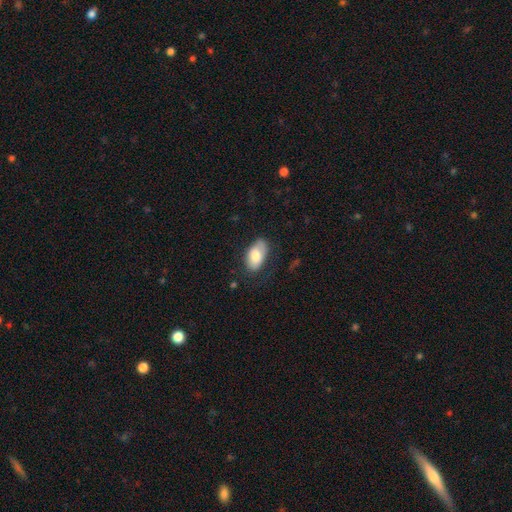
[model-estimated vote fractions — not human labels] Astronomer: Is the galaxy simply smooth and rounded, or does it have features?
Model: smooth — 76%.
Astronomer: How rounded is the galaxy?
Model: in between — 94%.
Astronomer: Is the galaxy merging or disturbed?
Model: none — 64%.